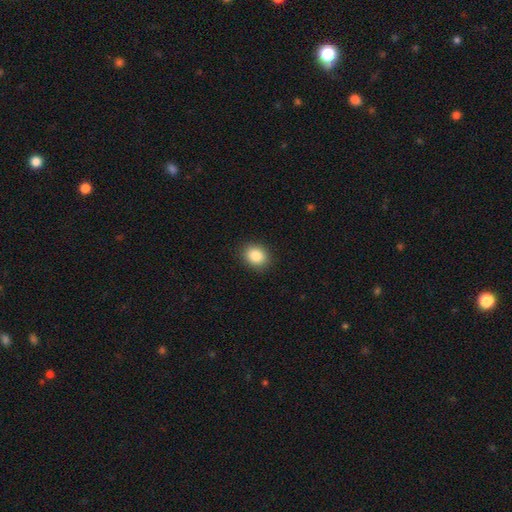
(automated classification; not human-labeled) Smooth or featured?
  - smooth: 86% *
  - star or artifact: 9%
  - featured or disk: 5%
How rounded?
  - round: 51% *
  - in between: 48%
  - cigar-shaped: 1%
Merging?
  - none: 89% *
  - minor disturbance: 7%
  - major disturbance: 2%
  - merger: 1%